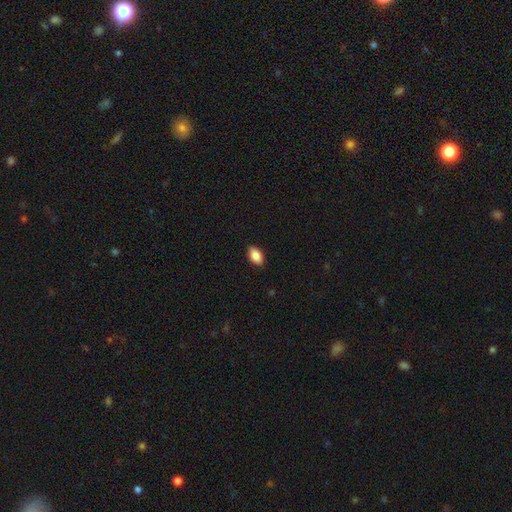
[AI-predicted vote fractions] smooth-or-featured: smooth: 86% | star or artifact: 7% | featured or disk: 6%
  how-rounded: in between: 91% | round: 6% | cigar-shaped: 3%
  merging: none: 86% | minor disturbance: 11% | major disturbance: 2% | merger: 1%